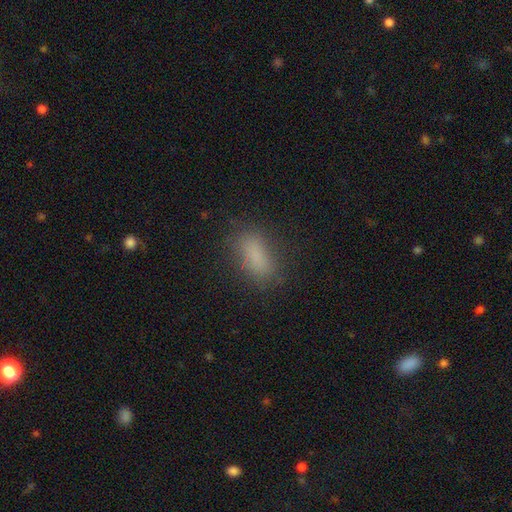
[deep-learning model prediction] Smooth or featured: smooth — 82% (star or artifact — 11%)
How rounded: in between — 79% (cigar-shaped — 15%)
Merging: none — 78% (minor disturbance — 14%)